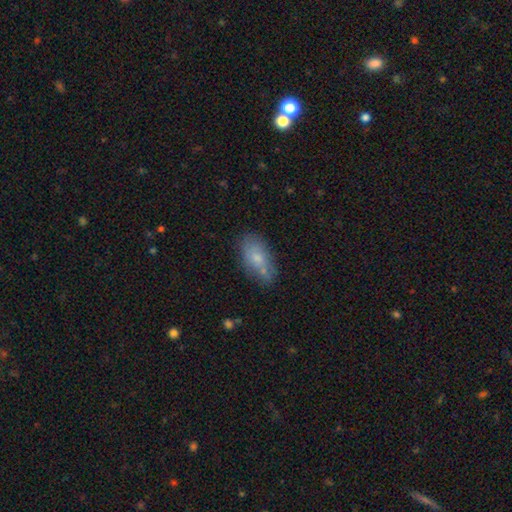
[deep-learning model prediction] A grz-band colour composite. It shows a smooth galaxy with no disk features (73%) that is in between round and cigar-shaped (87%). Merging: none (65%).